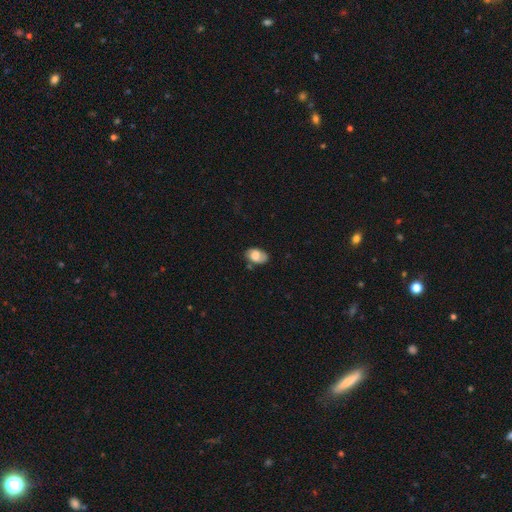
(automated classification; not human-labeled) smooth 70%, featured or disk 21%, star or artifact 8%. Down the decision tree: how rounded — in between (88%); merging — none (63%).